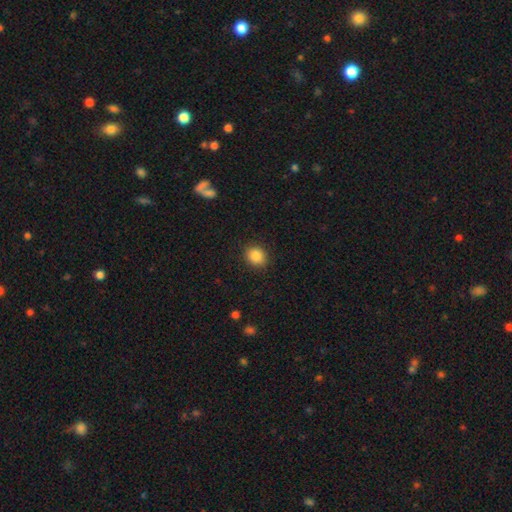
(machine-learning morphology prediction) type=smooth (88%); roundness=round (73%); merging=none (88%).